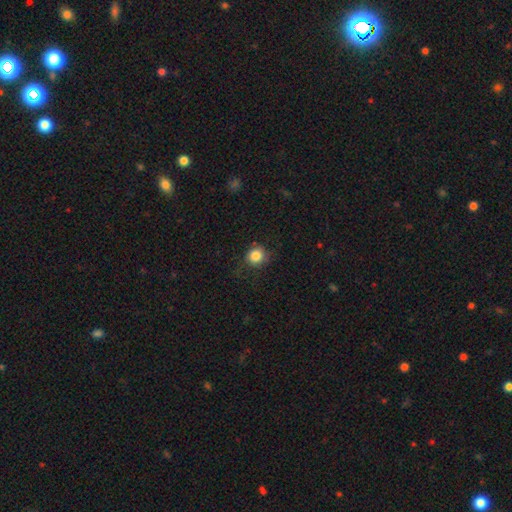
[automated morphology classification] Smooth or featured? Predicted: smooth (p=0.84). How rounded? Predicted: round (p=0.87). Merging? Predicted: none (p=0.79).